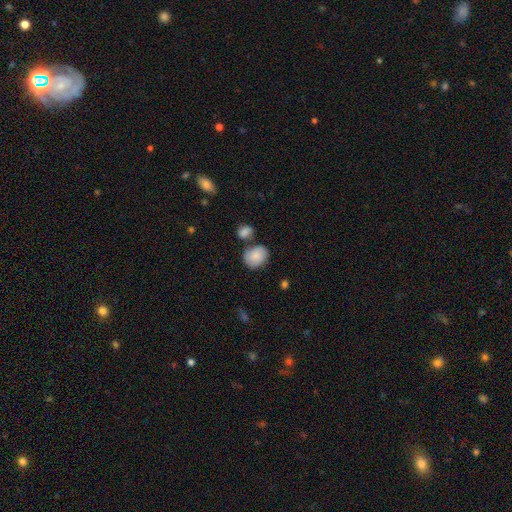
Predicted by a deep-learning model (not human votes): Smooth or featured? Predicted: smooth (p=0.82). How rounded? Predicted: round (p=0.51). Merging? Predicted: none (p=0.61).